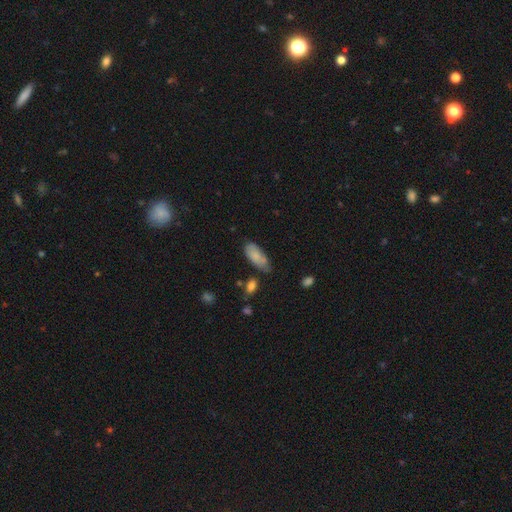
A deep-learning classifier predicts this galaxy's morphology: Smooth or featured?
  - smooth: 77% *
  - featured or disk: 17%
  - star or artifact: 6%
How rounded?
  - in between: 86% *
  - cigar-shaped: 12%
  - round: 2%
Merging?
  - none: 55% *
  - minor disturbance: 32%
  - major disturbance: 7%
  - merger: 6%